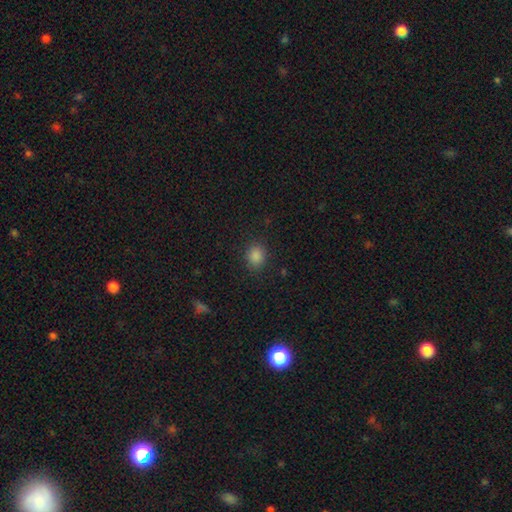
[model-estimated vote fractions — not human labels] Smooth or featured? smooth (83%)
How rounded? round (64%)
Merging? none (88%)